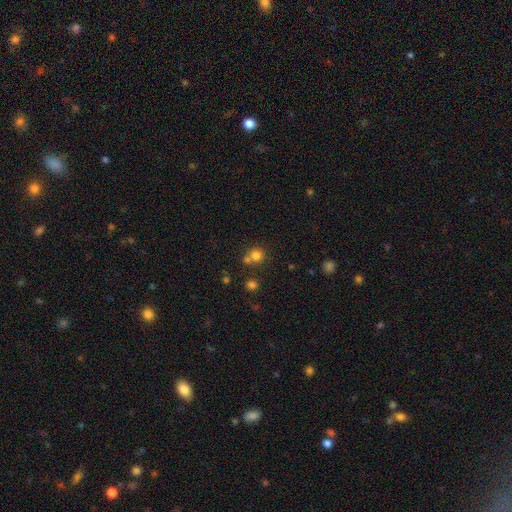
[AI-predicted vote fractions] smooth 76%, star or artifact 16%, featured or disk 8%. Down the decision tree: how rounded — round (89%); merging — none (57%).